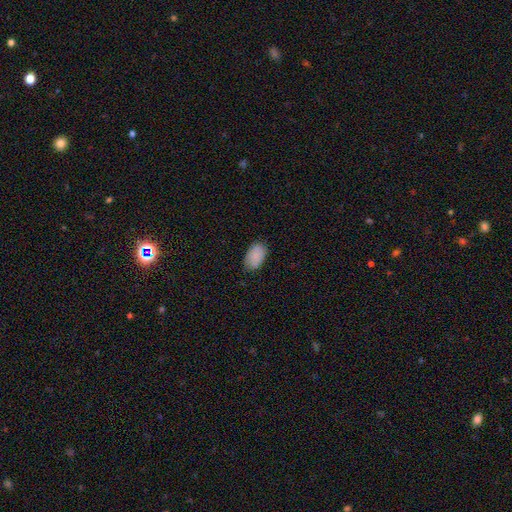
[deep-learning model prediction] The model was most divided on "merging": none: 80%, minor disturbance: 16%, major disturbance: 3%, merger: 1%. More confident: how rounded — in between (92%); smooth or featured — smooth (87%).